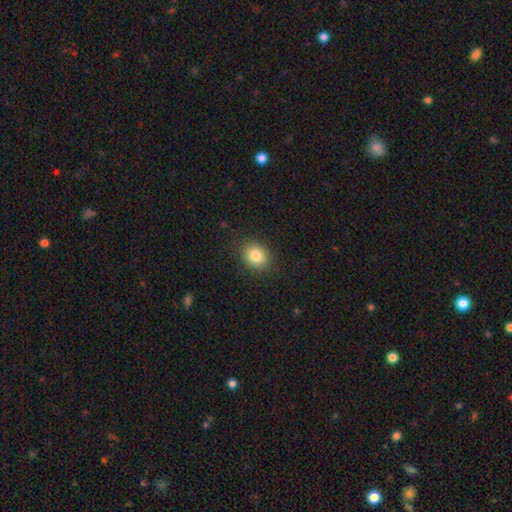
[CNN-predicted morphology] A smooth galaxy with no disk features (82%) that is round (56%).

Vote fractions:
- Smooth or featured? smooth: 82% / star or artifact: 10% / featured or disk: 8%
- How rounded? round: 56% / in between: 43% / cigar-shaped: 1%
- Merging? none: 87% / minor disturbance: 9% / major disturbance: 3% / merger: 1%